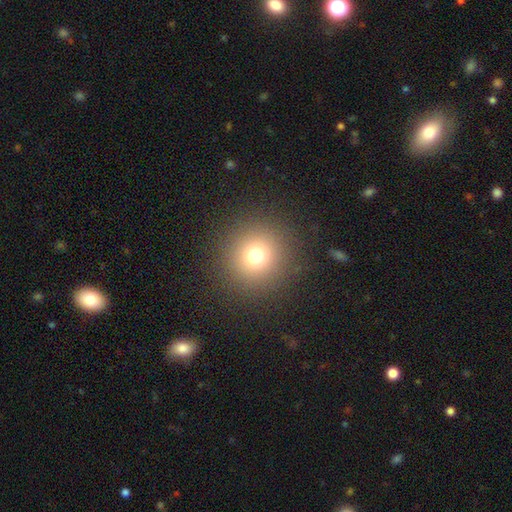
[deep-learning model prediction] A smooth galaxy with no disk features (71%) that is round (95%). Merging: none (90%).